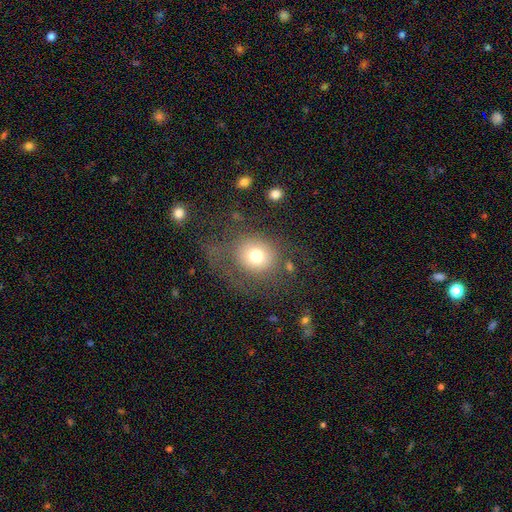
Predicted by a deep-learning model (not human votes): Smooth or featured? Predicted: smooth (p=0.71). How rounded? Predicted: round (p=0.84). Merging? Predicted: none (p=0.54).